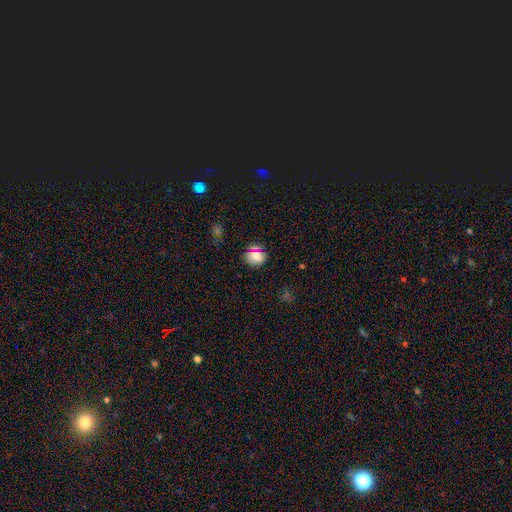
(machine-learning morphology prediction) This is likely a smooth galaxy (71%). How rounded: clearly round (85%). Merging: clearly none (85%).